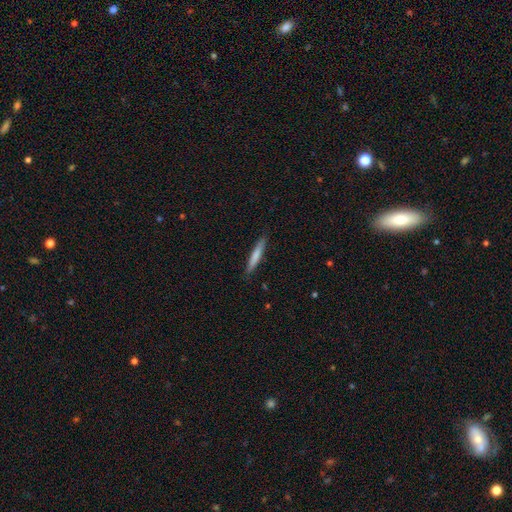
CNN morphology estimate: Smooth or featured?
  - smooth: 75% *
  - featured or disk: 19%
  - star or artifact: 5%
How rounded?
  - cigar-shaped: 93% *
  - in between: 6%
  - round: 1%
Merging?
  - none: 89% *
  - minor disturbance: 9%
  - major disturbance: 2%
  - merger: 1%